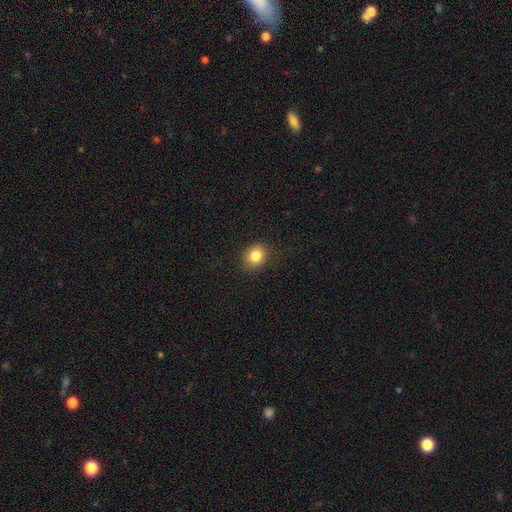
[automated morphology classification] type=smooth (83%); roundness=round (68%); merging=none (87%).